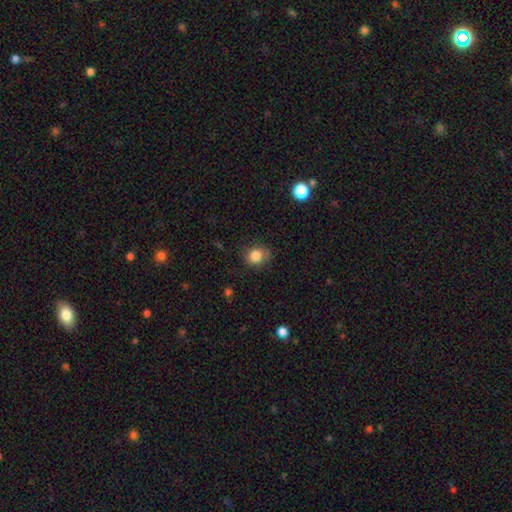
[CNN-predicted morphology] Smooth or featured? smooth (84%)
How rounded? round (75%)
Merging? none (77%)